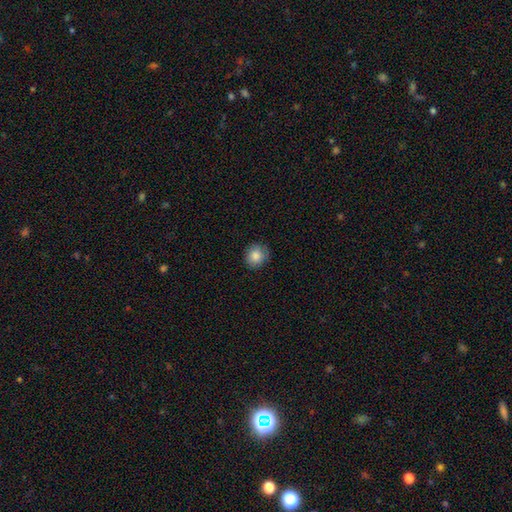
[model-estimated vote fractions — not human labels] The model was most divided on "how rounded": round: 85%, in between: 14%, cigar-shaped: 1%. More confident: merging — none (85%); smooth or featured — smooth (85%).